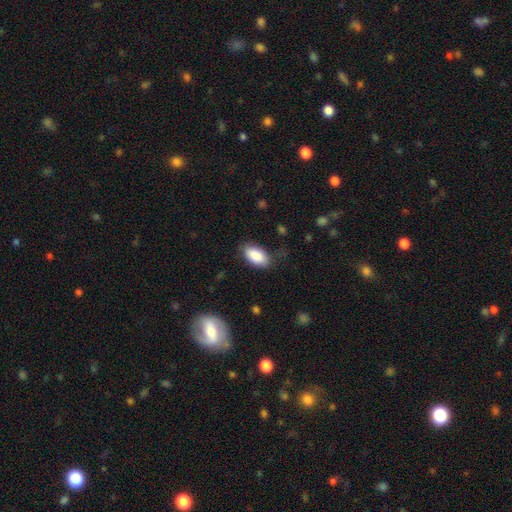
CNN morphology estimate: Smooth or featured? Predicted: smooth (p=0.88). How rounded? Predicted: in between (p=0.94). Merging? Predicted: none (p=0.73).